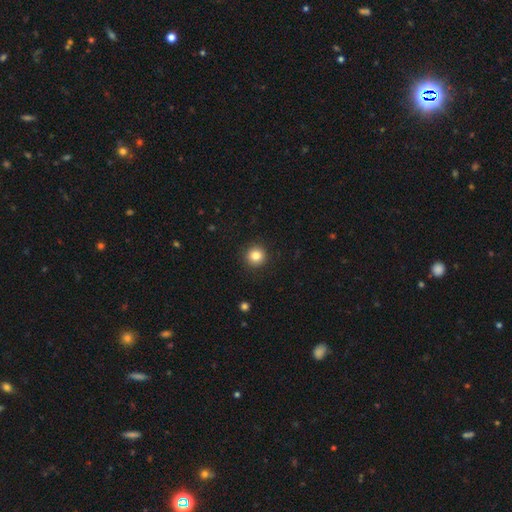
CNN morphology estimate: smooth_or_featured: smooth (p=0.84) [alt: star or artifact p=0.11]
how_rounded: round (p=0.95) [alt: in between p=0.04]
merging: none (p=0.92) [alt: minor disturbance p=0.05]